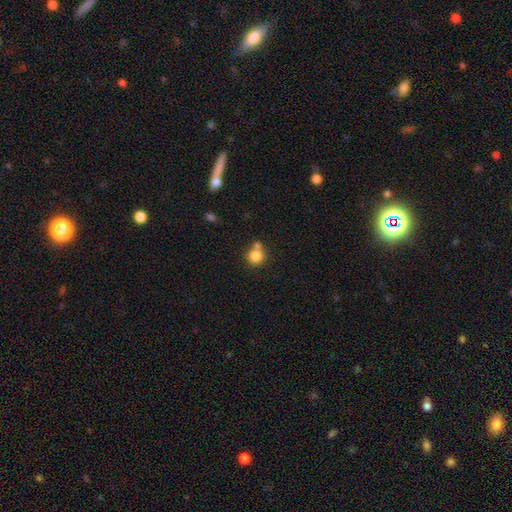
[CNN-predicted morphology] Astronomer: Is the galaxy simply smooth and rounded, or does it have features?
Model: smooth — 82%.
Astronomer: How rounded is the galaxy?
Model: round — 89%.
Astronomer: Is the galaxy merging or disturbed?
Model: none — 54% (runner-up: merger, 32%).